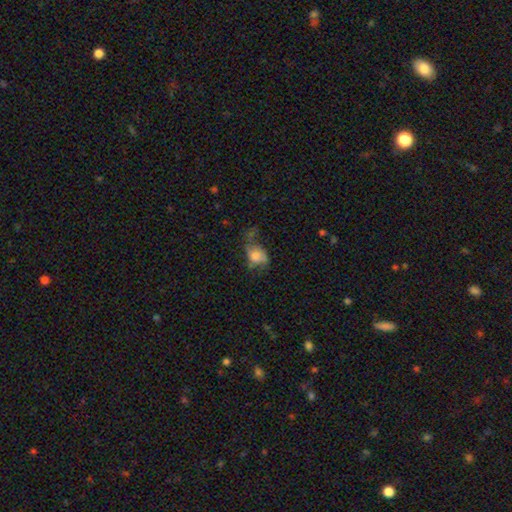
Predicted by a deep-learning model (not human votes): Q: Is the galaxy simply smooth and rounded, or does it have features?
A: smooth — 57%.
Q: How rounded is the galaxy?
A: in between — 71%.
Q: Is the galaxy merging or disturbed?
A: major disturbance — 34%.